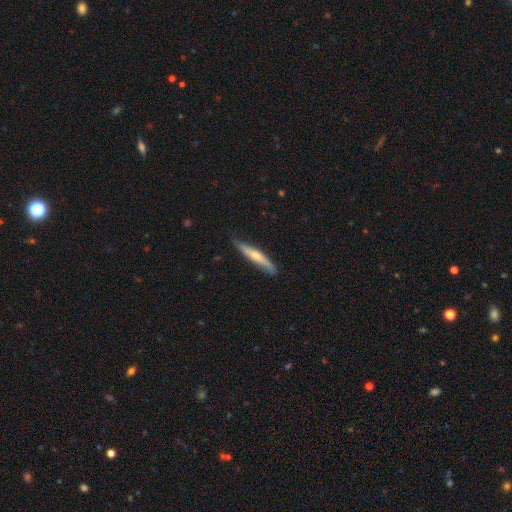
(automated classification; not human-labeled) Smooth or featured? Predicted: smooth (p=0.48). Merging? Predicted: none (p=0.77).